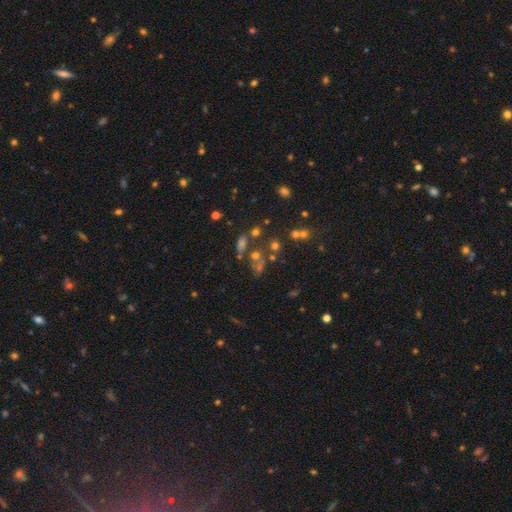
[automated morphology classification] smooth_or_featured: star or artifact (p=0.45) [alt: smooth p=0.37]